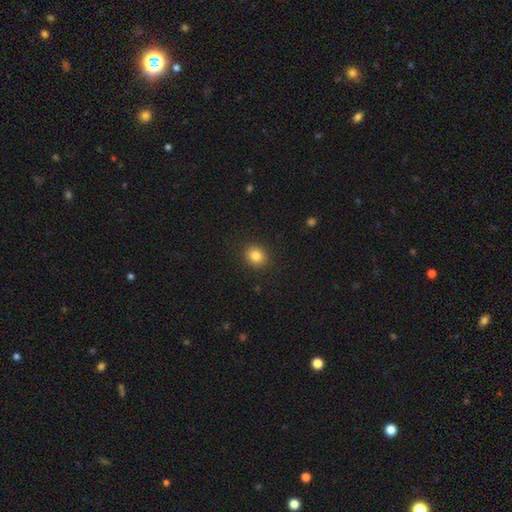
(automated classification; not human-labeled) The model was most divided on "how rounded": round: 68%, in between: 31%, cigar-shaped: 1%. More confident: merging — none (90%); smooth or featured — smooth (84%).